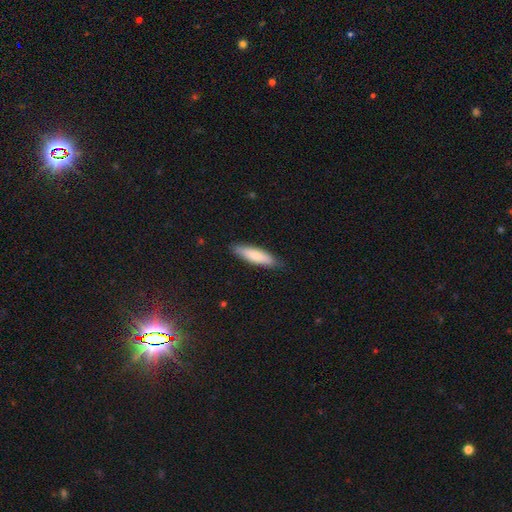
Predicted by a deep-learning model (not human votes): A smooth galaxy with no disk features (77%) that is cigar-shaped (67%). Merging: none (85%).